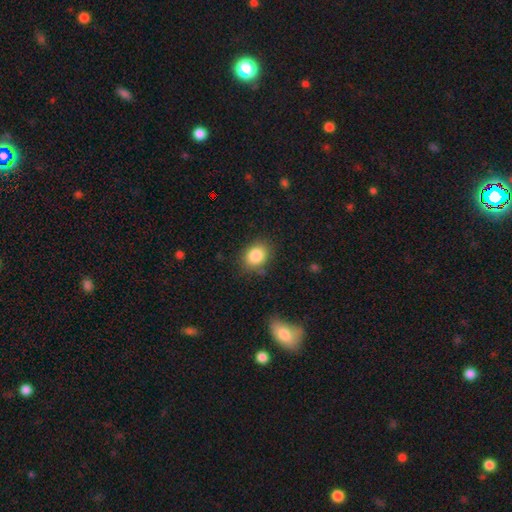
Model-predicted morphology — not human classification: Smooth or featured: smooth — 85% (star or artifact — 9%)
How rounded: in between — 53% (round — 46%)
Merging: none — 81% (minor disturbance — 13%)